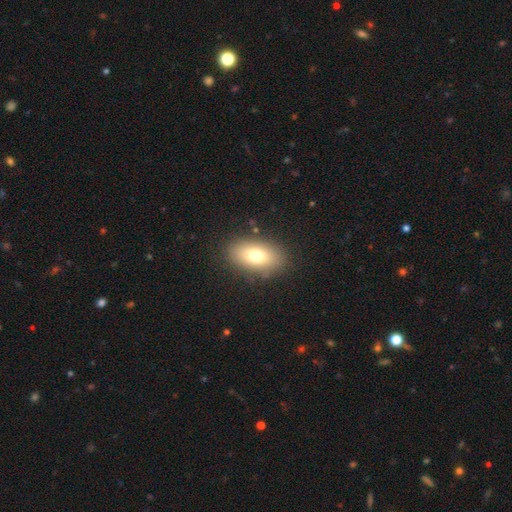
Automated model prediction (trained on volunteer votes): Overall: smooth (74%). How rounded: in between (89%). Merging: none (85%).